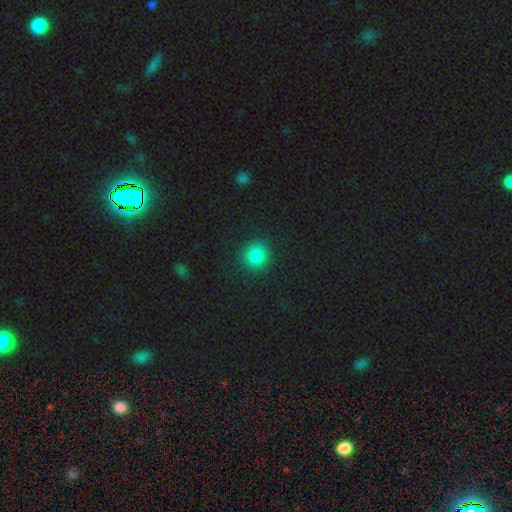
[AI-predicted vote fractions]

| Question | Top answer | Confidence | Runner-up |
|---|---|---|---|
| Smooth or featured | smooth | 83% | star or artifact (13%) |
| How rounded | round | 89% | in between (10%) |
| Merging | none | 89% | minor disturbance (7%) |